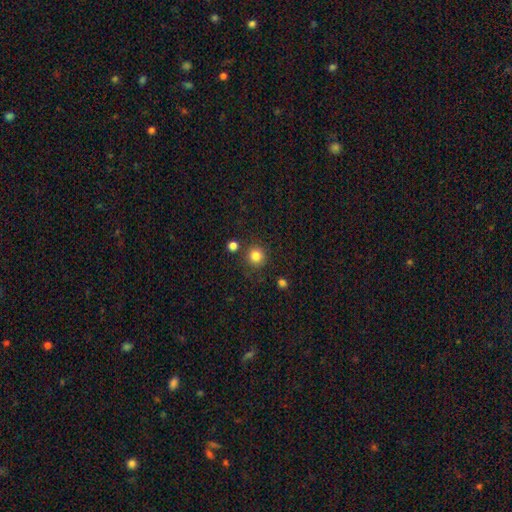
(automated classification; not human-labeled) A smooth galaxy with no disk features (83%) that is round (93%).

Vote fractions:
- Smooth or featured? smooth: 83% / star or artifact: 12% / featured or disk: 5%
- How rounded? round: 93% / in between: 6% / cigar-shaped: 1%
- Merging? none: 84% / minor disturbance: 8% / merger: 5% / major disturbance: 3%